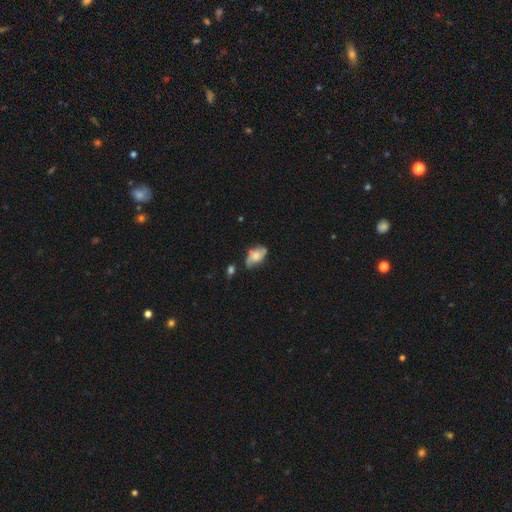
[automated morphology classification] Smooth or featured? Predicted: featured or disk (p=0.55). Edge-on disk? Predicted: no (p=0.94). Bar? Predicted: no (p=0.71). Spiral arms? Predicted: yes (p=0.86). Bulge size? Predicted: moderate (p=0.41). Merging? Predicted: none (p=0.61).